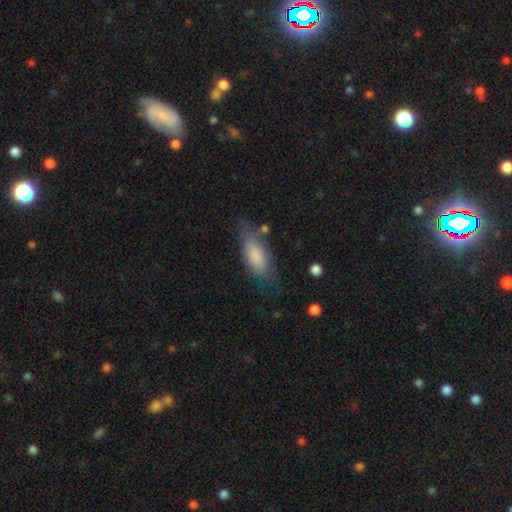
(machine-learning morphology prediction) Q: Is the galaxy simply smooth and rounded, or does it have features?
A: smooth — 78%.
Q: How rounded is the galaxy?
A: in between — 78%.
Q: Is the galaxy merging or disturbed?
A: none — 60%.